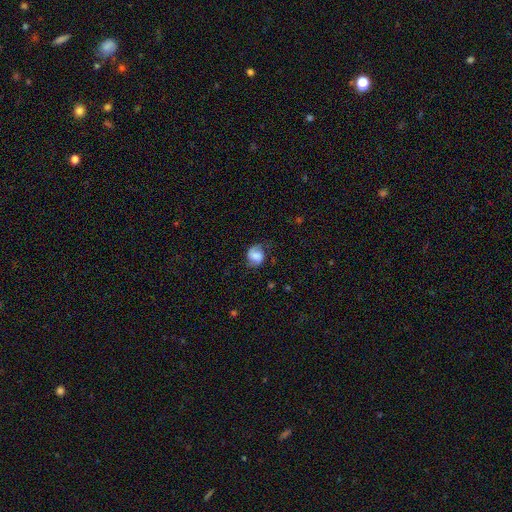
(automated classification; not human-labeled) Smooth or featured?
  - smooth: 58% *
  - featured or disk: 33%
  - star or artifact: 9%
How rounded?
  - round: 61% *
  - in between: 38%
  - cigar-shaped: 1%
Merging?
  - none: 60% *
  - minor disturbance: 26%
  - major disturbance: 12%
  - merger: 2%